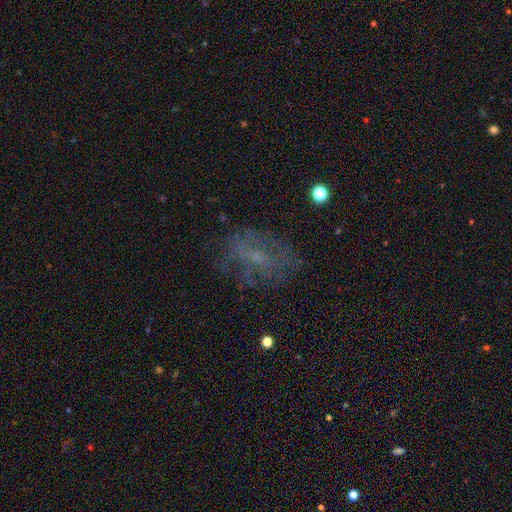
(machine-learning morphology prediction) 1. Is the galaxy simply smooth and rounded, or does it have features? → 44% featured or disk, 33% smooth, 23% star or artifact.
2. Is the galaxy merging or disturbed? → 61% none, 19% minor disturbance, 18% major disturbance, 2% merger.